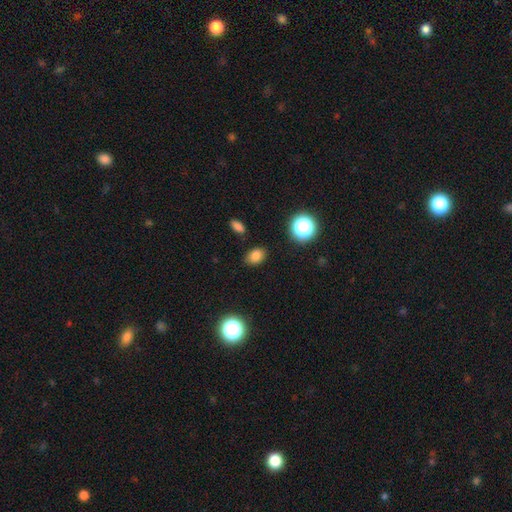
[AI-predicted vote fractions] smooth_or_featured: smooth (p=0.80) [alt: star or artifact p=0.14]
how_rounded: in between (p=0.70) [alt: round p=0.28]
merging: none (p=0.84) [alt: minor disturbance p=0.11]